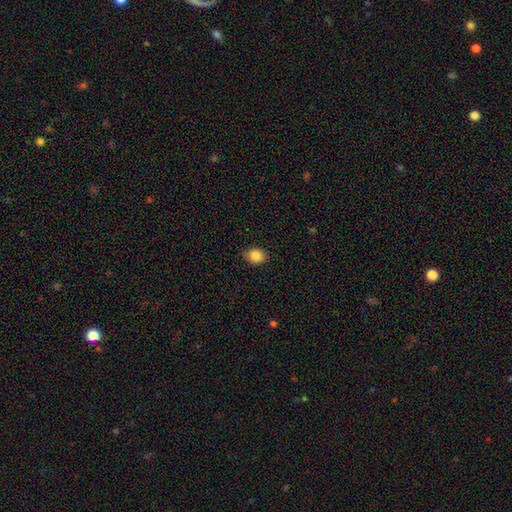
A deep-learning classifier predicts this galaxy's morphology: smooth 87%, star or artifact 9%, featured or disk 4%. Down the decision tree: how rounded — in between (53%); merging — none (87%).